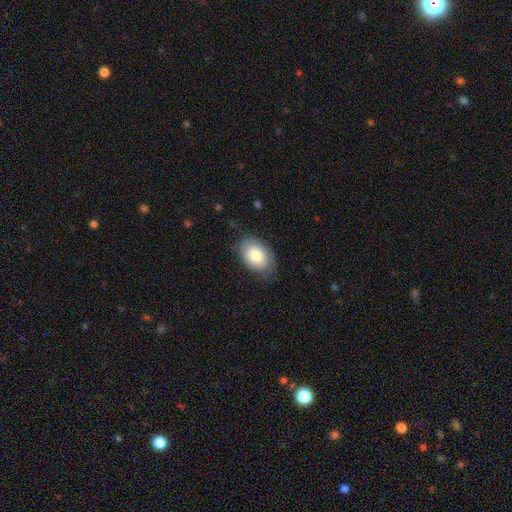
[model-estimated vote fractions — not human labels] Overall: smooth (80%). How rounded: in between (87%). Merging: none (77%).